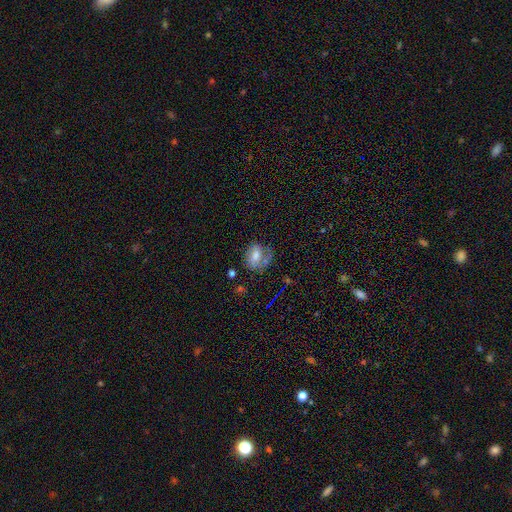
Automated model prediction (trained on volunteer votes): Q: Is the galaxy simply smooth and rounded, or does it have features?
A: smooth — 59%.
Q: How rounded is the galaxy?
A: in between — 66%.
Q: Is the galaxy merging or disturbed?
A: none — 49%.